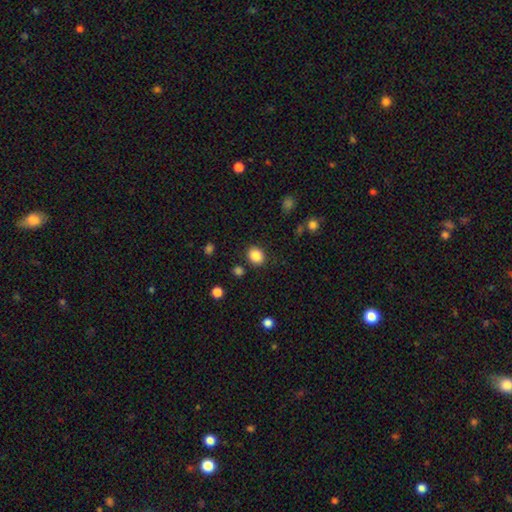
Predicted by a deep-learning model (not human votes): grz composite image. It shows a smooth galaxy with no disk features (86%) that is round (61%). Merging: none (86%).